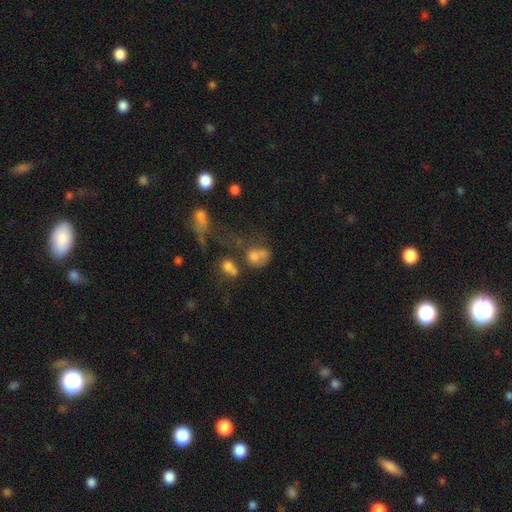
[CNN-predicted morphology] smooth_or_featured: smooth (p=0.64) [alt: featured or disk p=0.21]
how_rounded: in between (p=0.51) [alt: round p=0.48]
merging: merger (p=0.38) [alt: none p=0.25]